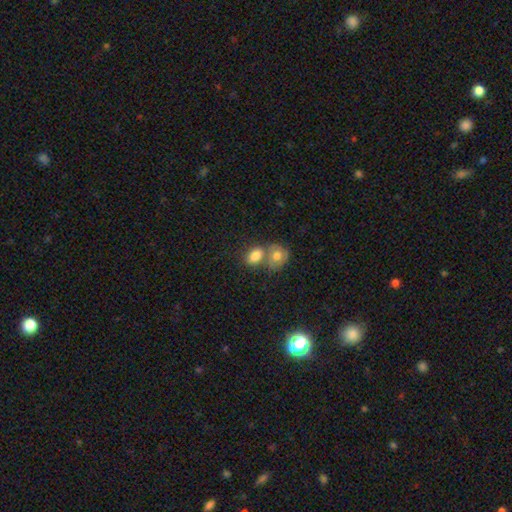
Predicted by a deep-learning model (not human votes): smooth_or_featured: smooth (p=0.80) [alt: featured or disk p=0.13]
how_rounded: in between (p=0.81) [alt: round p=0.16]
merging: merger (p=0.51) [alt: none p=0.34]